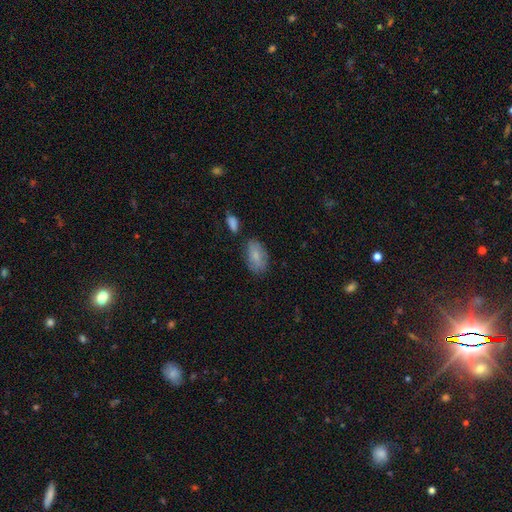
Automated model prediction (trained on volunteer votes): Smooth or featured: smooth — 76% (featured or disk — 17%)
How rounded: in between — 92% (round — 5%)
Merging: none — 70% (minor disturbance — 19%)